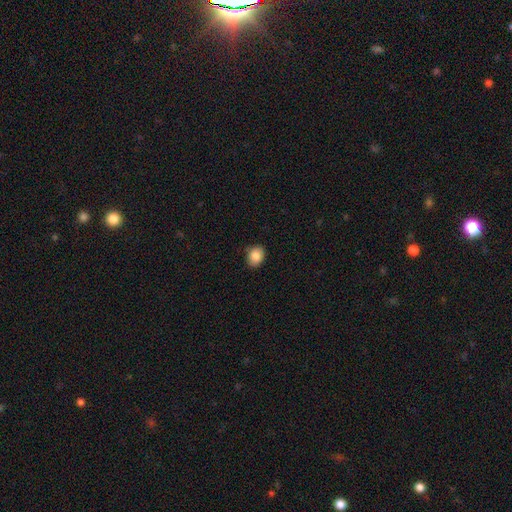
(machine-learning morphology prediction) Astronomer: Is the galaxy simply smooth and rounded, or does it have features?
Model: smooth — 87%.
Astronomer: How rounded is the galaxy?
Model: in between — 58% (runner-up: round, 42%).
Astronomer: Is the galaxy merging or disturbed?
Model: none — 82%.